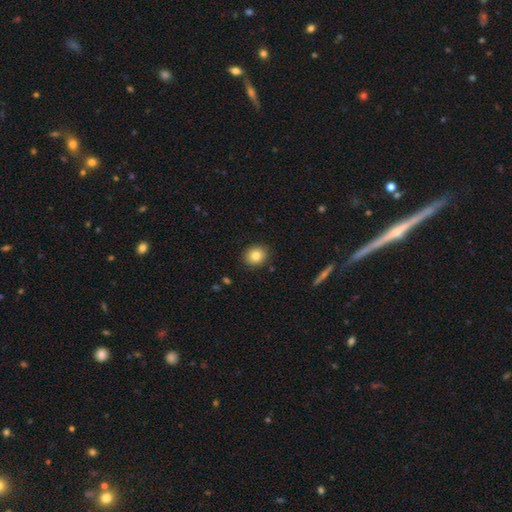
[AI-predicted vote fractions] A smooth galaxy with no disk features (82%) that is round (73%). Merging: none (89%).